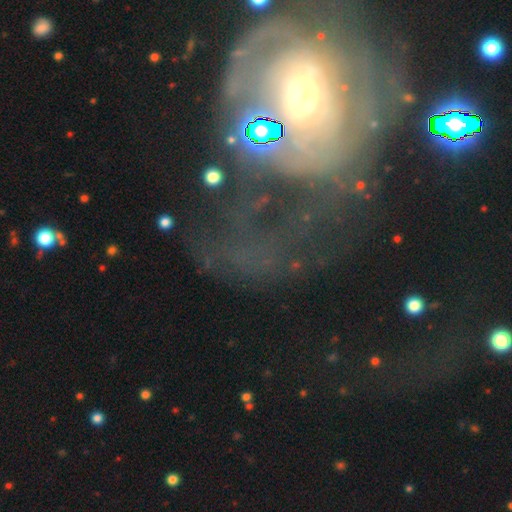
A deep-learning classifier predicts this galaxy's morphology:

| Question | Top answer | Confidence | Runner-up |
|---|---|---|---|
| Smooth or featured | featured or disk | 49% | star or artifact (28%) |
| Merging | major disturbance | 42% | none (34%) |